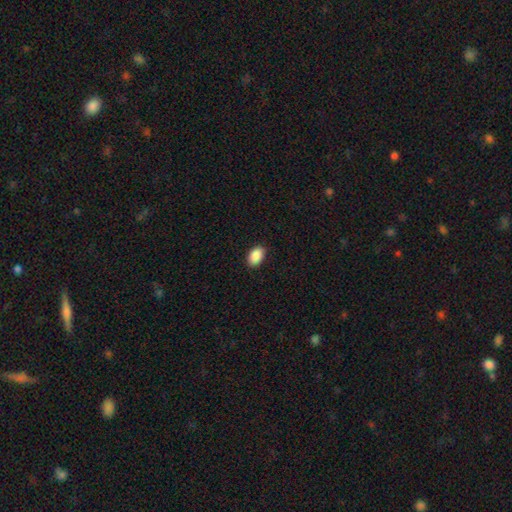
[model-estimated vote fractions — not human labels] Smooth or featured?
  - smooth: 90% *
  - star or artifact: 7%
  - featured or disk: 3%
How rounded?
  - in between: 90% *
  - round: 9%
  - cigar-shaped: 1%
Merging?
  - none: 89% *
  - minor disturbance: 9%
  - major disturbance: 2%
  - merger: 1%